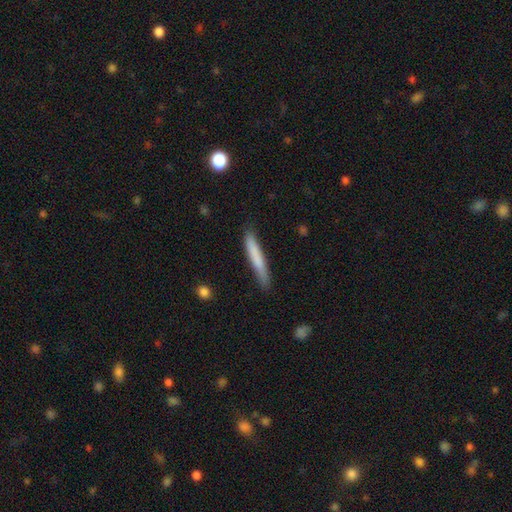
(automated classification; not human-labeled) The model was most divided on "smooth or featured": smooth: 74%, featured or disk: 20%, star or artifact: 6%. More confident: how rounded — cigar-shaped (95%); merging — none (81%).